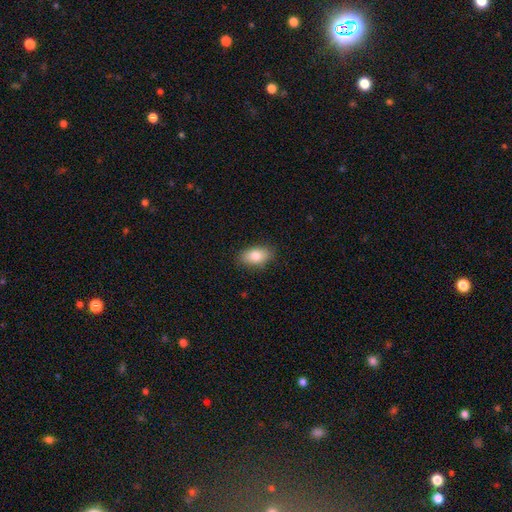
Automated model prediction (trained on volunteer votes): Q: Smooth or featured?
A: smooth (83%); runner-up: featured or disk (10%)
Q: How rounded?
A: in between (90%); runner-up: round (7%)
Q: Merging?
A: none (84%); runner-up: minor disturbance (12%)